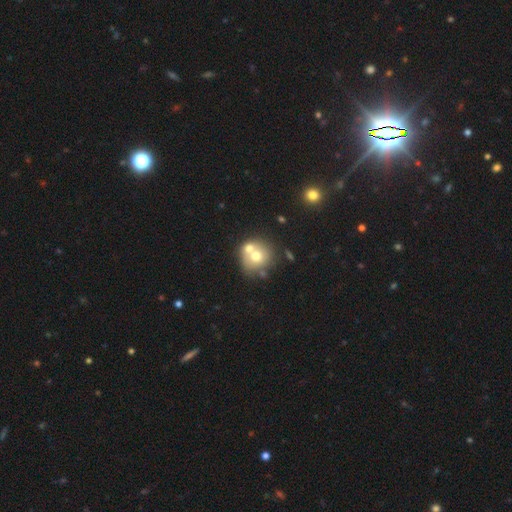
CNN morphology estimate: Overall: smooth (63%; featured or disk 27%). How rounded: round (84%). Merging: merger (49%; none 38%).